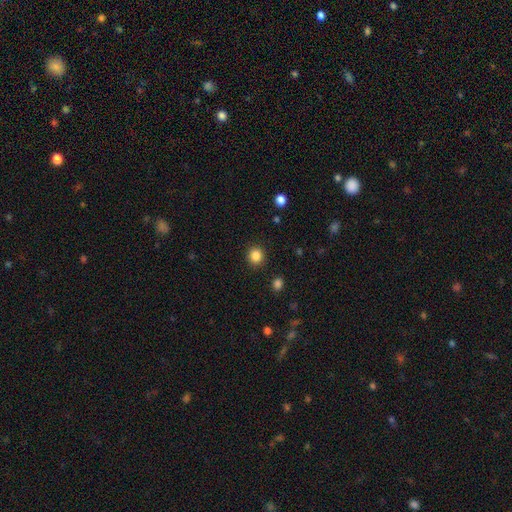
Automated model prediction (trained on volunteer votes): Q: Smooth or featured?
A: smooth (86%); runner-up: star or artifact (11%)
Q: How rounded?
A: round (87%); runner-up: in between (12%)
Q: Merging?
A: none (90%); runner-up: minor disturbance (6%)